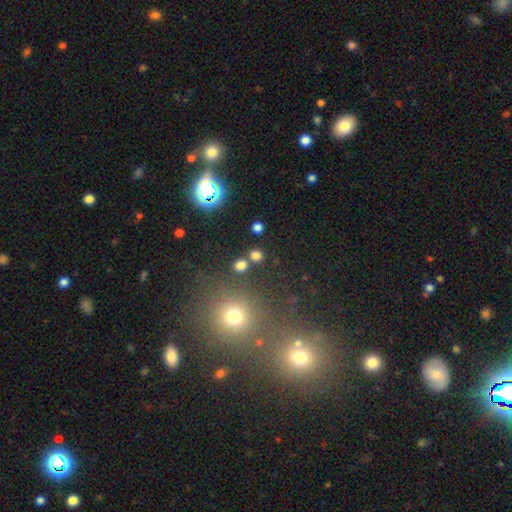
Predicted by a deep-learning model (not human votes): Smooth or featured? smooth (74%)
How rounded? round (88%)
Merging? none (79%)